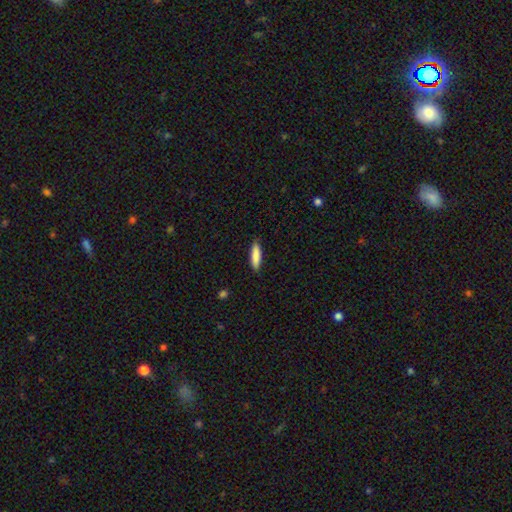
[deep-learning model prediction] Morphology: type=smooth (87%); roundness=cigar-shaped (68%); merging=none (88%).